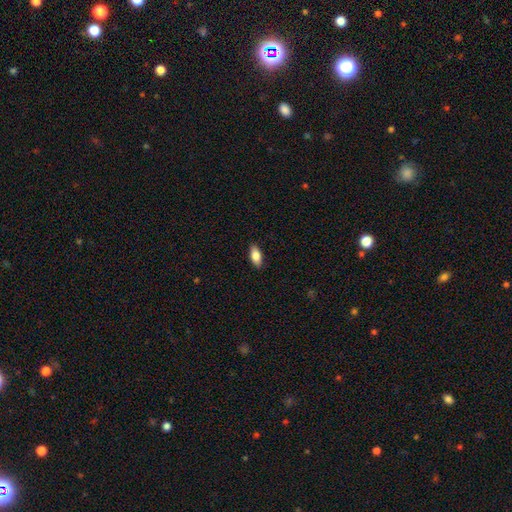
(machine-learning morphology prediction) Smooth or featured? Predicted: smooth (p=0.82). How rounded? Predicted: in between (p=0.87). Merging? Predicted: none (p=0.89).